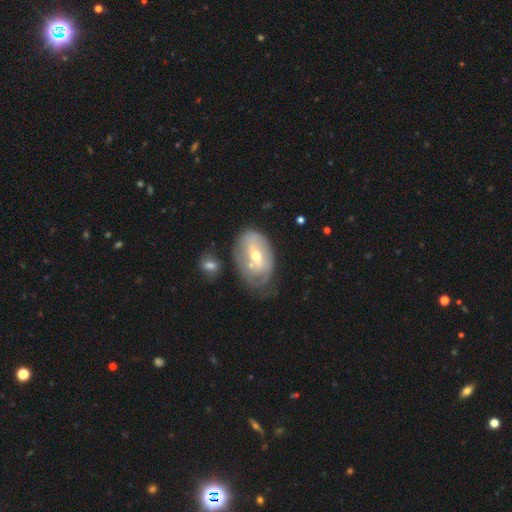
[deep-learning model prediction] Smooth or featured: featured or disk — 64% (smooth — 30%)
Edge-on disk: no — 93% (yes — 7%)
Bar: weak — 43% (no — 31%)
Spiral arms: yes — 57% (no — 43%)
Bulge size: moderate — 55% (small — 42%)
Merging: none — 42% (minor disturbance — 29%)